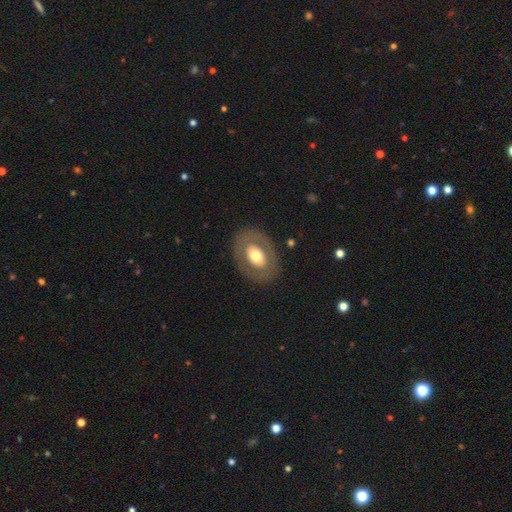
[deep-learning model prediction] This appears to be a smooth galaxy with no disk features (50%) that is in between round and cigar-shaped (75%). Merging: none (83%).